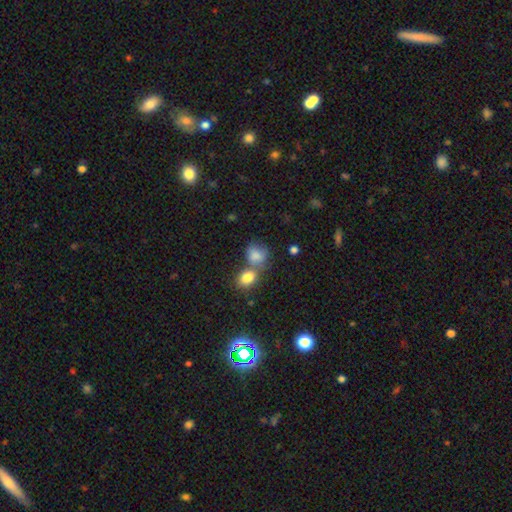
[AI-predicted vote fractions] smooth 80%, featured or disk 10%, star or artifact 9%. Down the decision tree: how rounded — in between (49%, tied with round); merging — merger (49%).